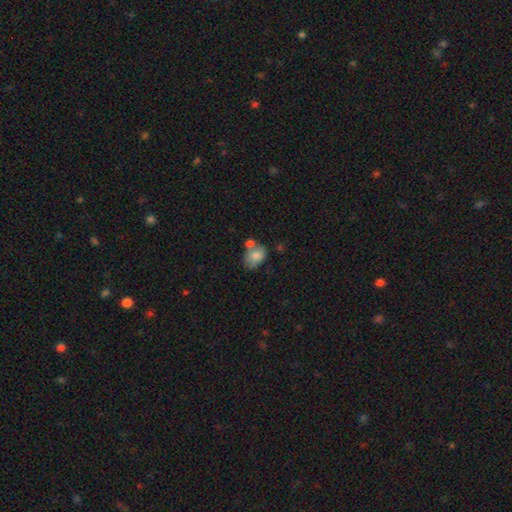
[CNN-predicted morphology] smooth_or_featured: smooth (p=0.79) [alt: featured or disk p=0.13]
how_rounded: in between (p=0.70) [alt: round p=0.29]
merging: none (p=0.43) [alt: merger p=0.29]